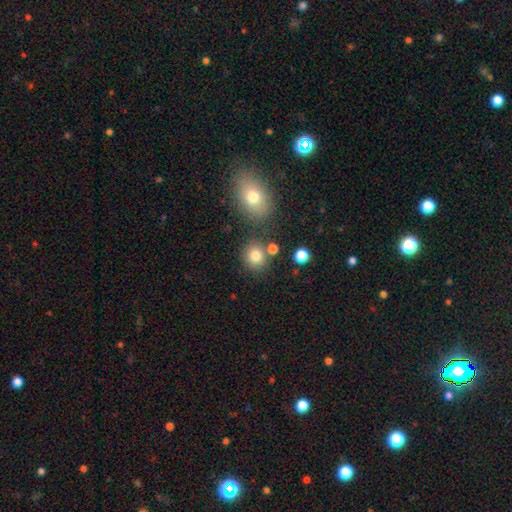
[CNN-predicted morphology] Overall: smooth (80%). How rounded: round (77%). Merging: none (74%).